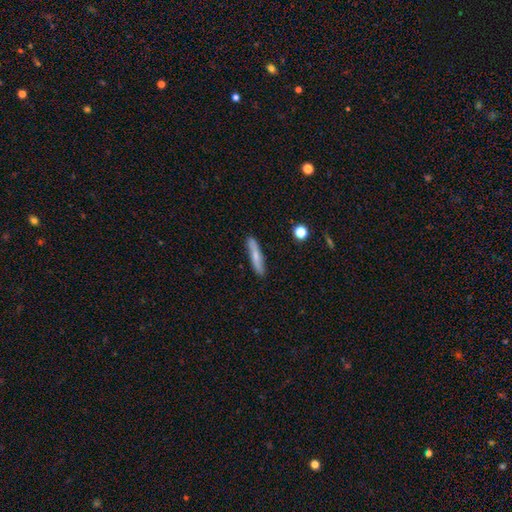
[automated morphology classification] type=smooth (61%); roundness=cigar-shaped (87%); merging=none (86%).